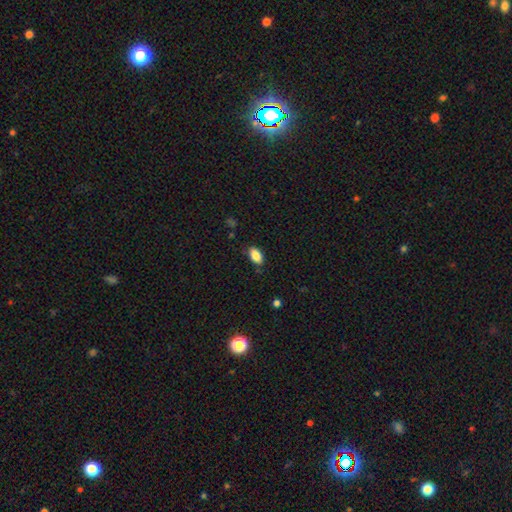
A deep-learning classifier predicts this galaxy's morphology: This appears to be a smooth galaxy with no disk features (85%) that is in between round and cigar-shaped (92%). Merging: none (83%).